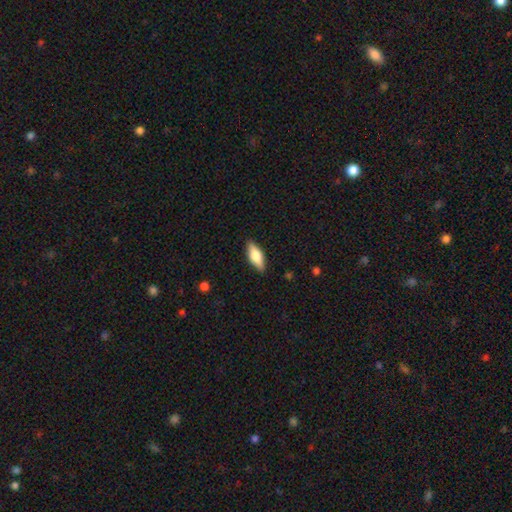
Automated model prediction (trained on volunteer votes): A smooth galaxy with no disk features (64%) that is in between round and cigar-shaped (67%). Merging: none (88%).